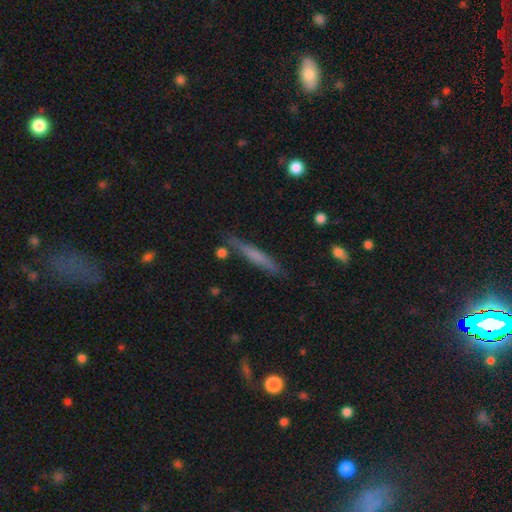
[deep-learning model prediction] Smooth or featured?
  - smooth: 53% *
  - featured or disk: 40%
  - star or artifact: 7%
How rounded?
  - cigar-shaped: 93% *
  - in between: 5%
  - round: 2%
Merging?
  - none: 82% *
  - minor disturbance: 12%
  - merger: 3%
  - major disturbance: 3%